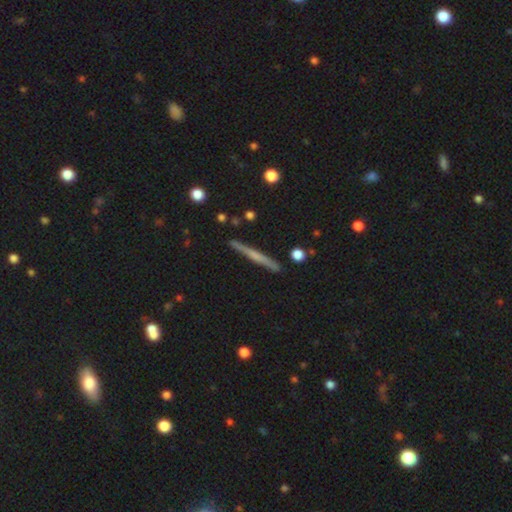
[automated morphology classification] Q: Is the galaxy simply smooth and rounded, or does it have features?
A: featured or disk — 58%.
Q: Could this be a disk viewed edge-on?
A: yes — 98%.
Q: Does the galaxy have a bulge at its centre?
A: none — 54%.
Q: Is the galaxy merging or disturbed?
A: none — 90%.